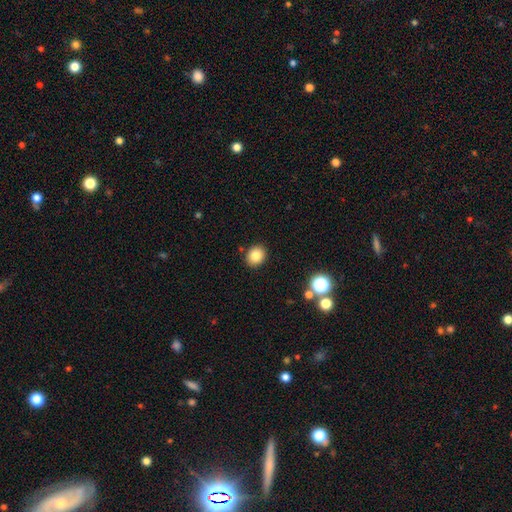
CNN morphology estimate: This is clearly a smooth galaxy (83%). How rounded: likely round (68%). Merging: clearly none (89%).